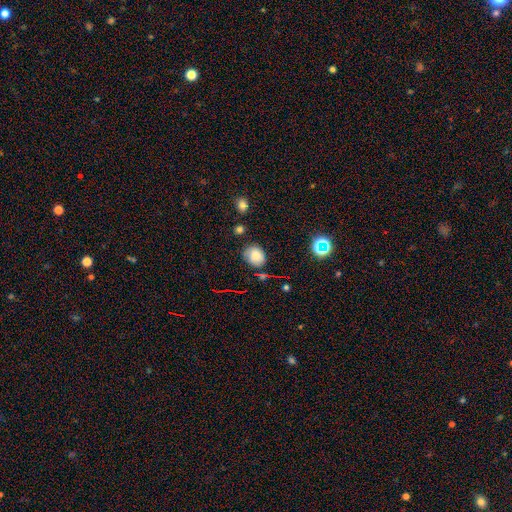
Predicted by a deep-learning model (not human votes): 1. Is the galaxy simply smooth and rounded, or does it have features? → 78% smooth, 13% star or artifact, 9% featured or disk.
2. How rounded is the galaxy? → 61% round, 38% in between, 1% cigar-shaped.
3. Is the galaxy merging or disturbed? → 69% none, 21% minor disturbance, 5% major disturbance, 4% merger.